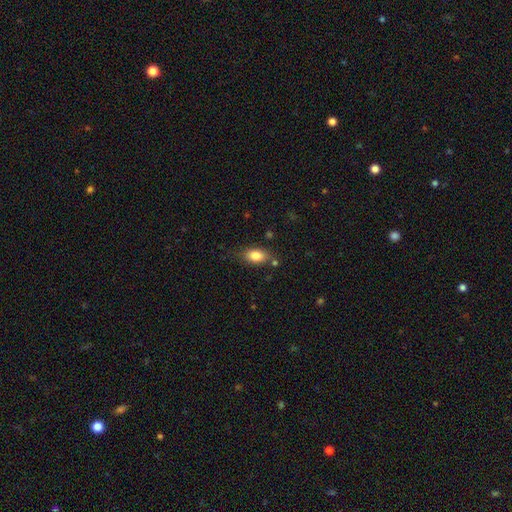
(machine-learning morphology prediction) Smooth or featured? Predicted: smooth (p=0.83). How rounded? Predicted: in between (p=0.85). Merging? Predicted: none (p=0.72).